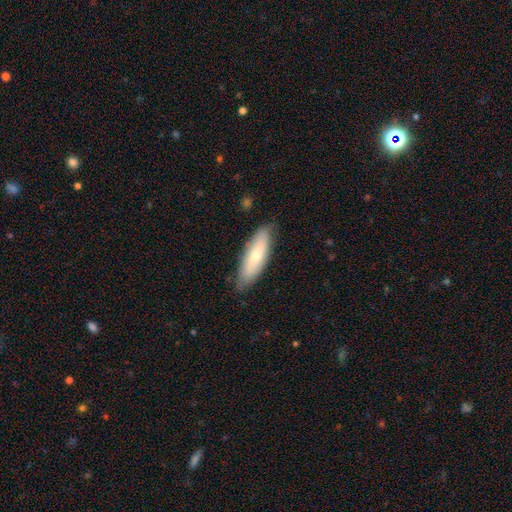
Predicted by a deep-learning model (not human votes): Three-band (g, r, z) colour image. It shows a smooth galaxy with no disk features (64%) that is in between round and cigar-shaped (51%). Merging: none (81%).